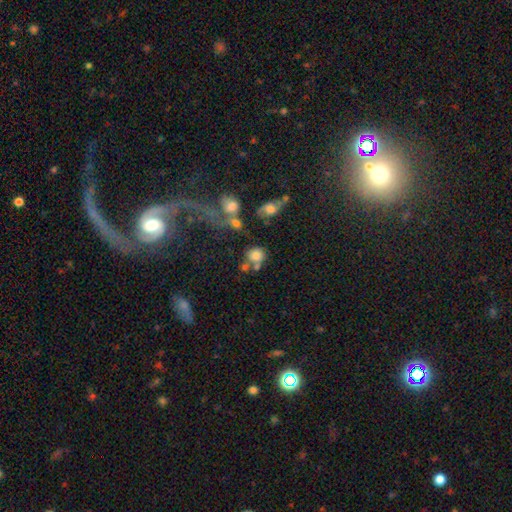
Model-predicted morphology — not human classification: Overall: smooth (77%). How rounded: round (76%). Merging: none (48%; merger 31%).